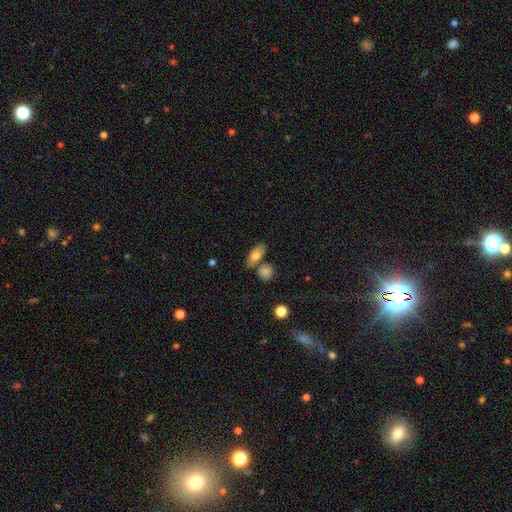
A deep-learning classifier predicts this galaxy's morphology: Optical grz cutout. It shows a smooth galaxy with no disk features (70%) that is in between round and cigar-shaped (81%). Merging: none (62%).